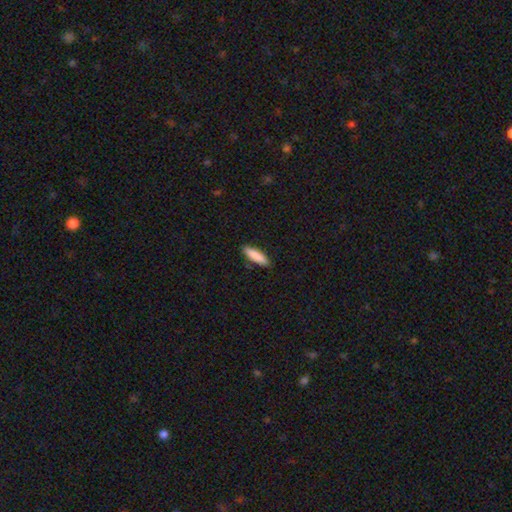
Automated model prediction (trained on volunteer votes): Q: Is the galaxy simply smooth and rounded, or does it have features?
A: smooth — 87%.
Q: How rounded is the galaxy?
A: cigar-shaped — 67%.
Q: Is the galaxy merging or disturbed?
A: none — 88%.